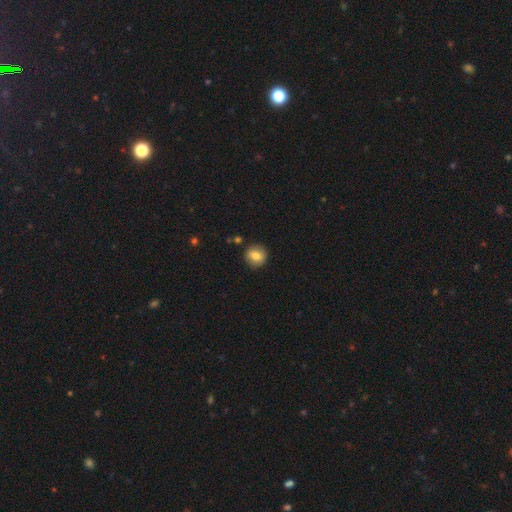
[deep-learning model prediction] A smooth galaxy with no disk features (80%) that is round (86%). Merging: none (88%).